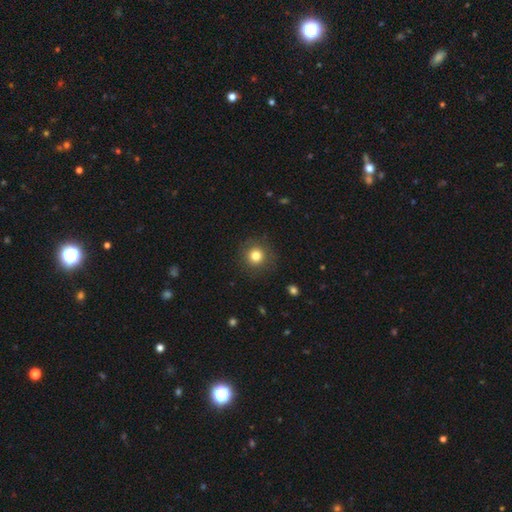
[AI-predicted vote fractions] Smooth or featured? Predicted: smooth (p=0.81). How rounded? Predicted: round (p=0.94). Merging? Predicted: none (p=0.88).